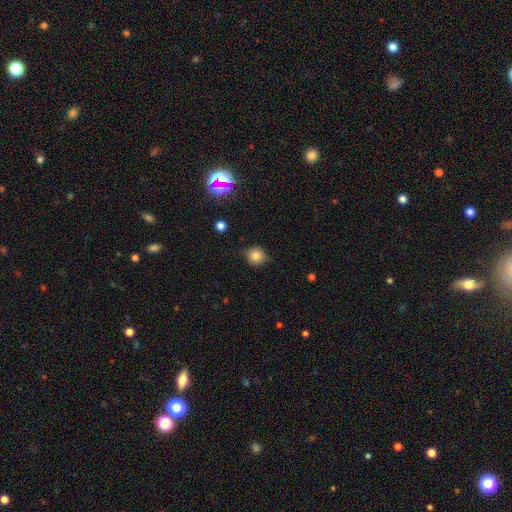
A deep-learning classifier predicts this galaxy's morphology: Q: Smooth or featured?
A: smooth (81%); runner-up: star or artifact (12%)
Q: How rounded?
A: round (88%); runner-up: in between (11%)
Q: Merging?
A: none (81%); runner-up: minor disturbance (14%)